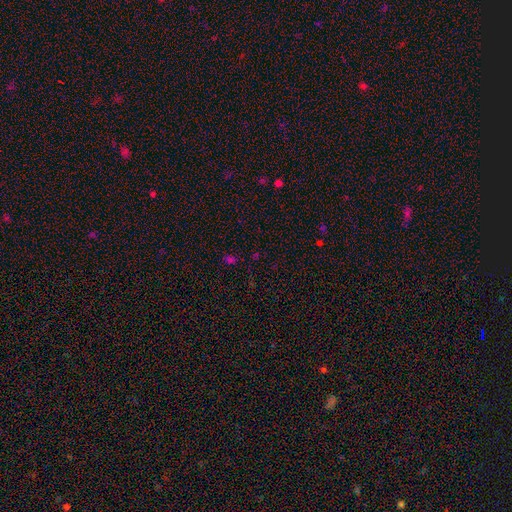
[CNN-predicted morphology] The model was most divided on "smooth or featured": star or artifact: 54%, smooth: 39%, featured or disk: 7%.